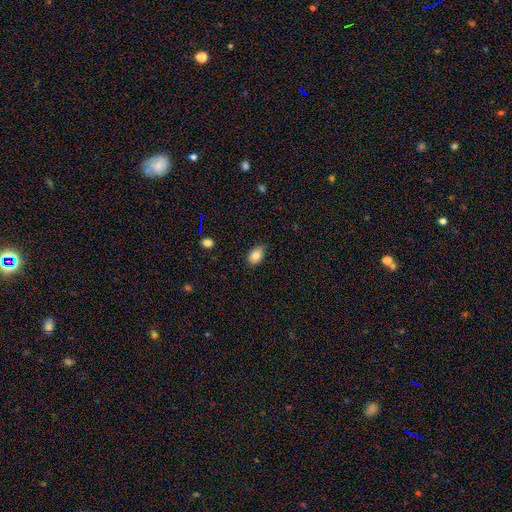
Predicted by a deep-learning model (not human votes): Smooth or featured?
  - smooth: 81% *
  - featured or disk: 10%
  - star or artifact: 9%
How rounded?
  - in between: 78% *
  - round: 21%
  - cigar-shaped: 1%
Merging?
  - none: 75% *
  - minor disturbance: 20%
  - major disturbance: 3%
  - merger: 1%